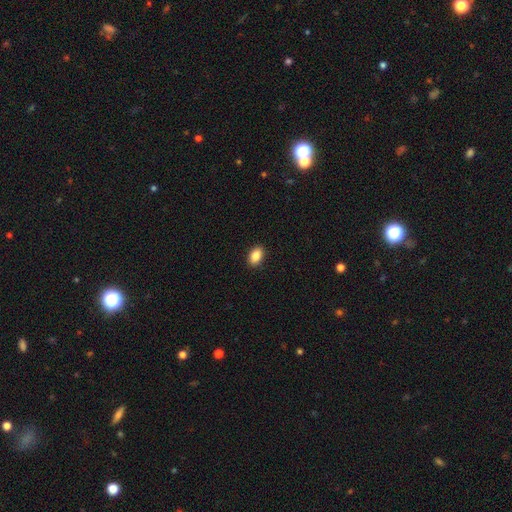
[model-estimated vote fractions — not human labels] This is clearly a smooth galaxy (87%). How rounded: clearly in between (89%). Merging: clearly none (91%).